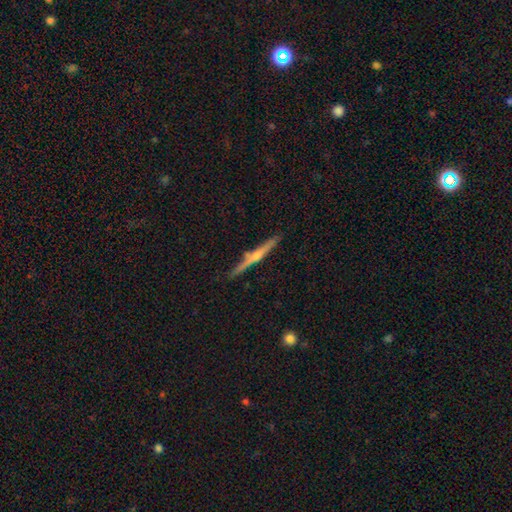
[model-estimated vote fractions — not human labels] Overall: featured or disk (79%). Edge-on disk: yes (98%). Edge-on bulge: rounded (82%). Merging: none (90%).